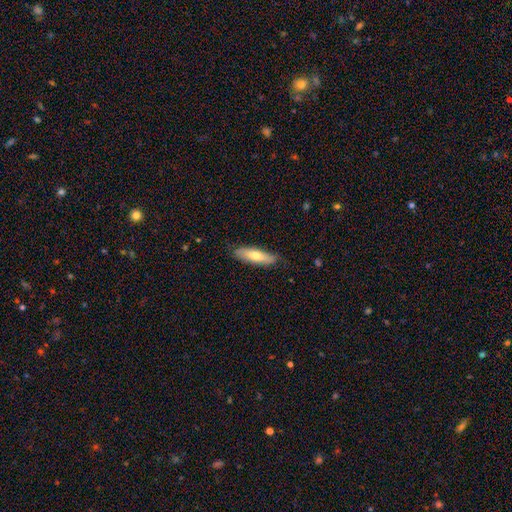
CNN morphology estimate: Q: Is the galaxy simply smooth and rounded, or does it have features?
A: smooth — 66%.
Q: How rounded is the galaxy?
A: cigar-shaped — 58%.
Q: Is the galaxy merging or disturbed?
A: none — 83%.